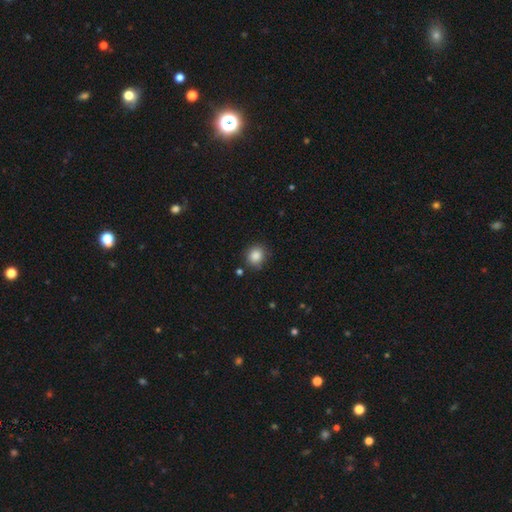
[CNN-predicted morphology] Smooth or featured: smooth — 87% (star or artifact — 9%)
How rounded: round — 80% (in between — 19%)
Merging: none — 83% (minor disturbance — 12%)